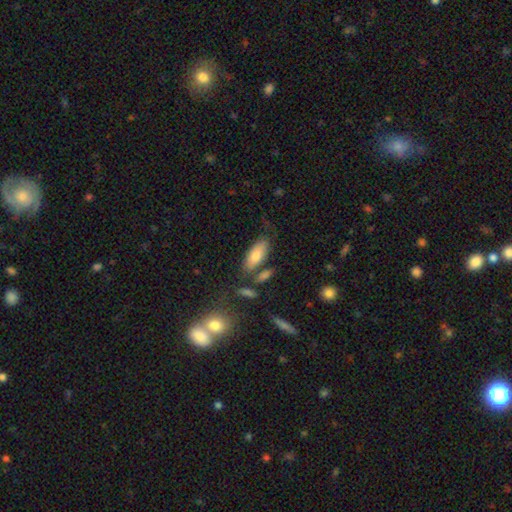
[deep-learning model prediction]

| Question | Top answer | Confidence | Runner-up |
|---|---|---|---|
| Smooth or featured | smooth | 77% | featured or disk (16%) |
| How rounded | in between | 79% | cigar-shaped (18%) |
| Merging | none | 66% | minor disturbance (17%) |